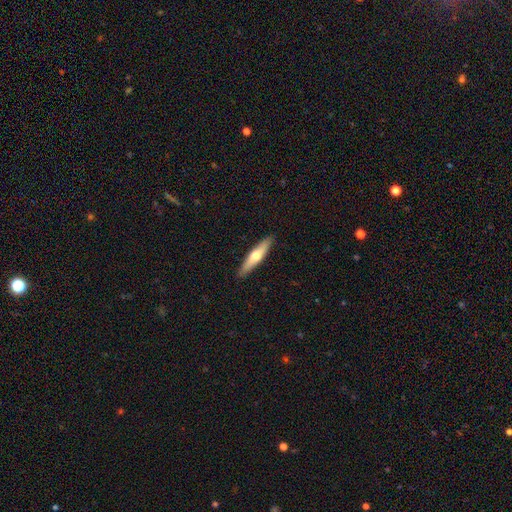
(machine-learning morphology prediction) smooth 49%, featured or disk 46%, star or artifact 5%. Down the decision tree: merging — none (90%).